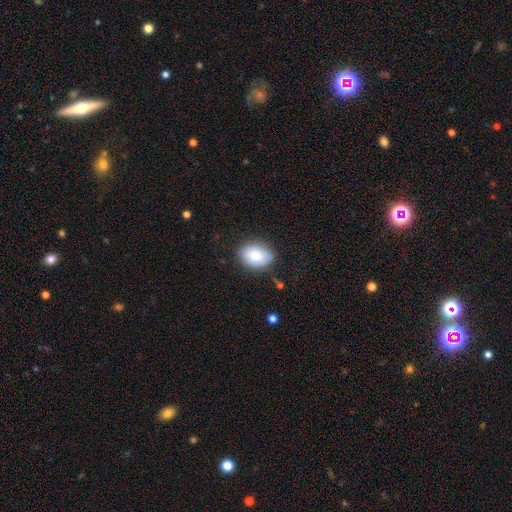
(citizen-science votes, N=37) Morphology: type=smooth (92%); roundness=in between (74%); merging=none (81%).